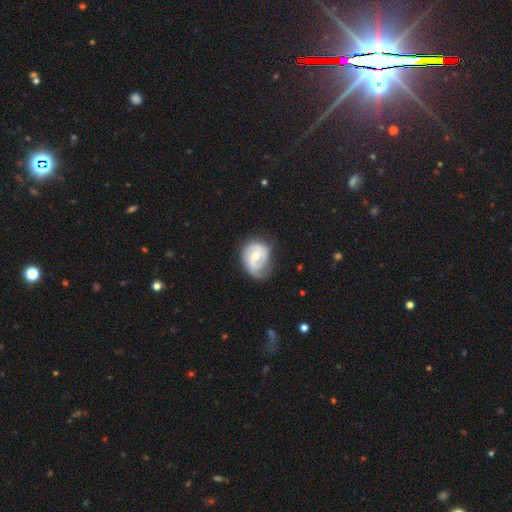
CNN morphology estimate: This is likely a featured or disk galaxy (73%). It is clearly not viewed edge-on (98%). Bar: possibly no (49%). Spiral arm pattern: clearly yes (88%). Spiral arm count: possibly 2 (56%). Spiral winding: possibly tight (47%). Central bulge: likely moderate (62%). Merging: possibly none (57%).